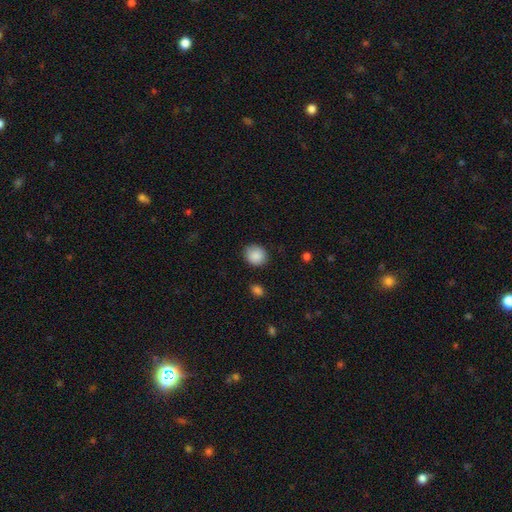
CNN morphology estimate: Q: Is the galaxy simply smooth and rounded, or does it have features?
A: smooth — 89%.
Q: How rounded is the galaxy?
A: round — 74%.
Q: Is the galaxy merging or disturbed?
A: none — 86%.